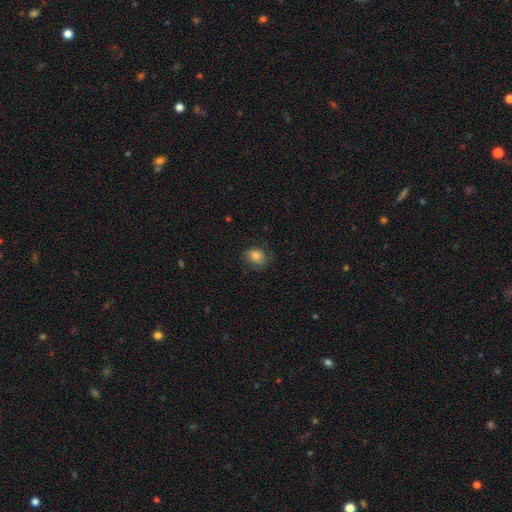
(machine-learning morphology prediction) Smooth or featured: smooth — 81% (star or artifact — 9%)
How rounded: in between — 50% (round — 49%)
Merging: none — 68% (minor disturbance — 23%)